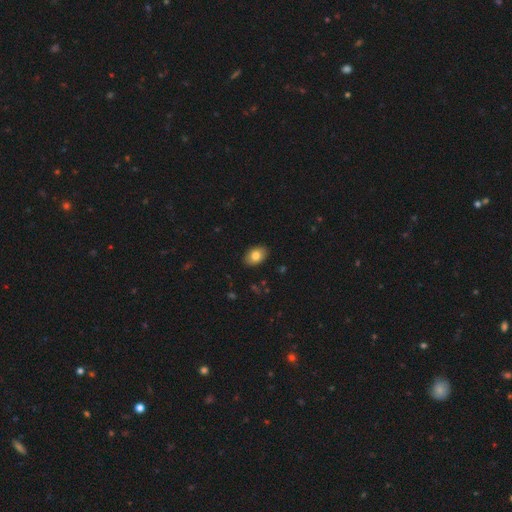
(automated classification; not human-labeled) Smooth or featured?
  - smooth: 82% *
  - featured or disk: 10%
  - star or artifact: 8%
How rounded?
  - in between: 83% *
  - round: 16%
  - cigar-shaped: 1%
Merging?
  - none: 89% *
  - minor disturbance: 8%
  - major disturbance: 2%
  - merger: 1%